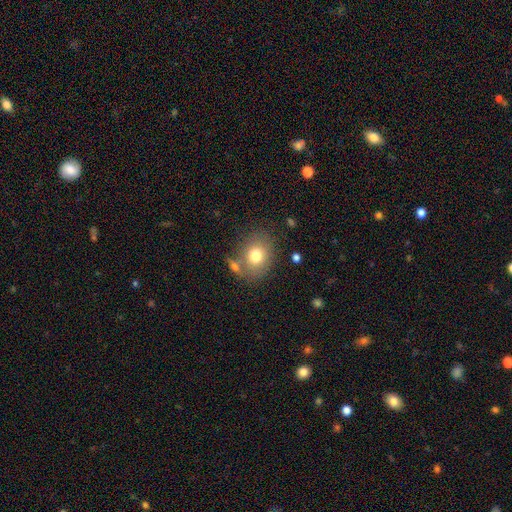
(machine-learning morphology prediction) Smooth or featured? smooth (75%)
How rounded? round (52%)
Merging? none (66%)